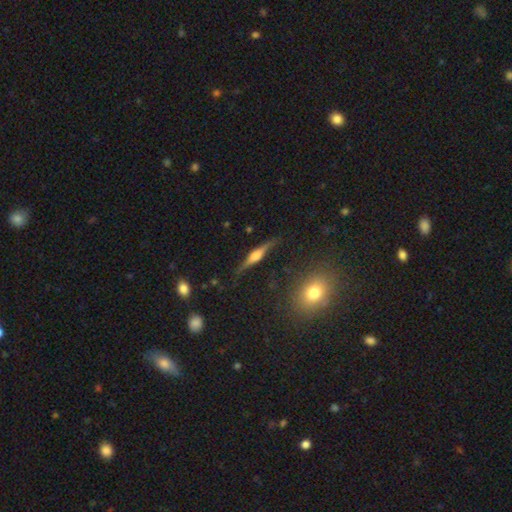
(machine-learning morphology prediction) featured or disk 75%, smooth 17%, star or artifact 7%. Down the decision tree: edge-on disk — yes (97%); edge-on bulge — rounded (78%); merging — none (84%).